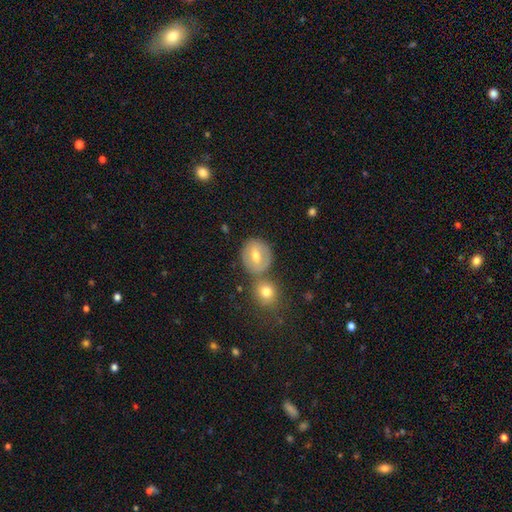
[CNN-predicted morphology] Smooth or featured?
  - smooth: 58% *
  - featured or disk: 33%
  - star or artifact: 9%
How rounded?
  - round: 80% *
  - in between: 19%
  - cigar-shaped: 1%
Merging?
  - none: 63% *
  - merger: 21%
  - minor disturbance: 11%
  - major disturbance: 4%